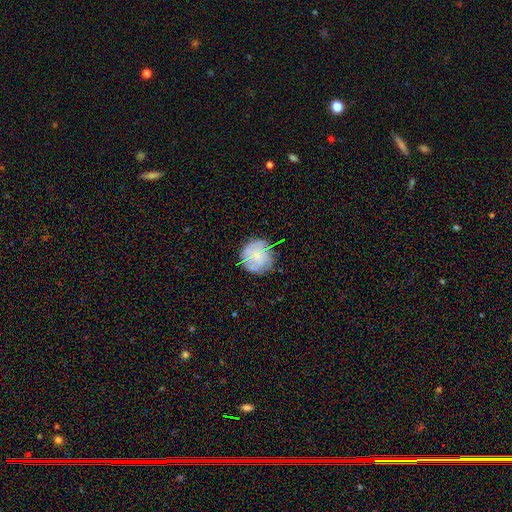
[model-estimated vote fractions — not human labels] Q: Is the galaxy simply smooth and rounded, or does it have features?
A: featured or disk — 49%.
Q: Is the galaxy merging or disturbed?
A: none — 74%.